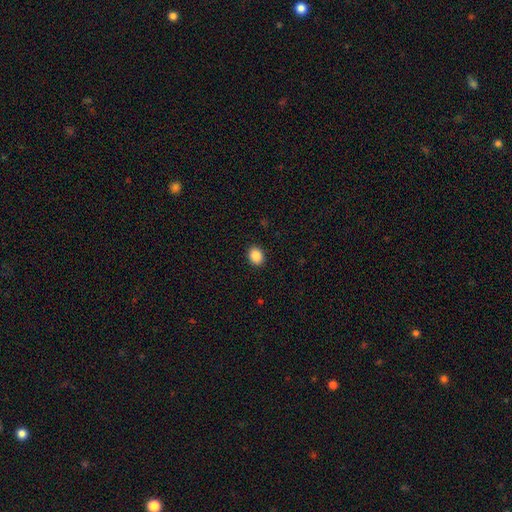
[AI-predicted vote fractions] A smooth galaxy with no disk features (88%) that is round (50%).

Vote fractions:
- Smooth or featured? smooth: 88% / star or artifact: 9% / featured or disk: 3%
- How rounded? round: 50% / in between: 49% / cigar-shaped: 1%
- Merging? none: 91% / minor disturbance: 6% / major disturbance: 2% / merger: 1%